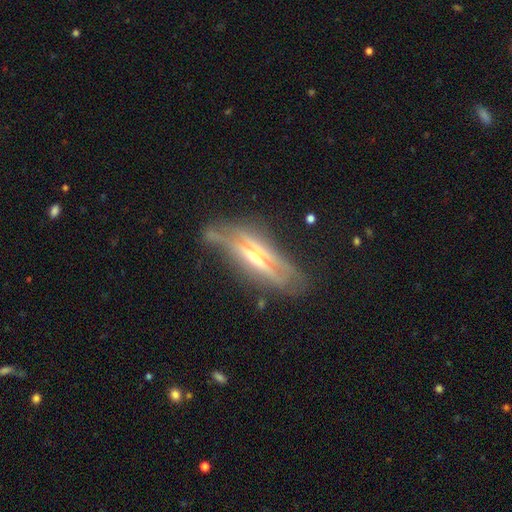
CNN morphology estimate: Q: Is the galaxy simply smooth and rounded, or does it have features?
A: featured or disk — 80%.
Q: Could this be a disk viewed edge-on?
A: yes — 80%.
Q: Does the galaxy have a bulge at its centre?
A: rounded — 83%.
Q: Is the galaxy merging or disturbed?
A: none — 64%.